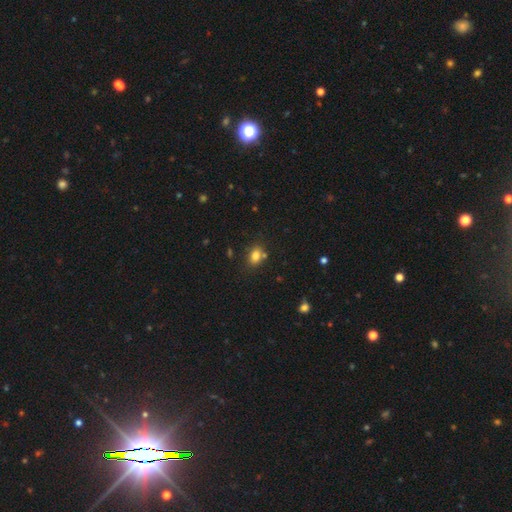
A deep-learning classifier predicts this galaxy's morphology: This appears to be a smooth galaxy with no disk features (80%) that is in between round and cigar-shaped (70%). Merging: none (70%).